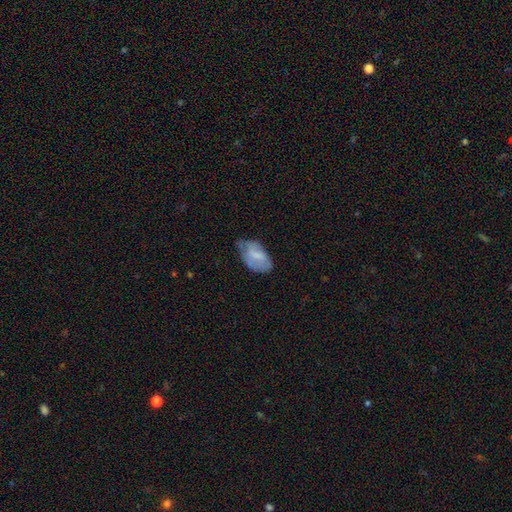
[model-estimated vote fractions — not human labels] Smooth or featured?
  - smooth: 64% *
  - featured or disk: 28%
  - star or artifact: 7%
How rounded?
  - in between: 93% *
  - round: 5%
  - cigar-shaped: 2%
Merging?
  - none: 41% * (tied)
  - minor disturbance: 41% * (tied)
  - major disturbance: 15%
  - merger: 2%